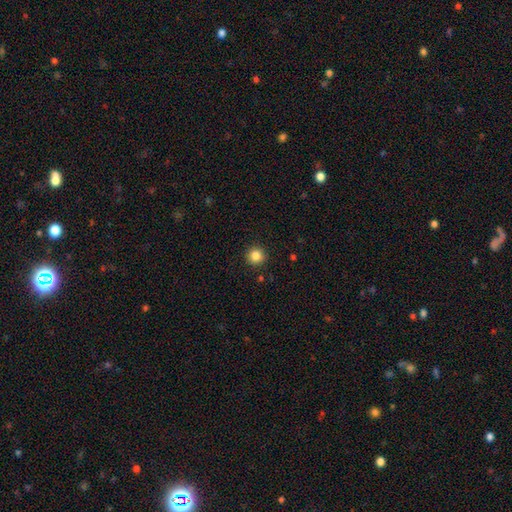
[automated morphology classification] Q: Smooth or featured?
A: smooth (85%); runner-up: star or artifact (11%)
Q: How rounded?
A: round (95%); runner-up: in between (4%)
Q: Merging?
A: none (92%); runner-up: minor disturbance (5%)